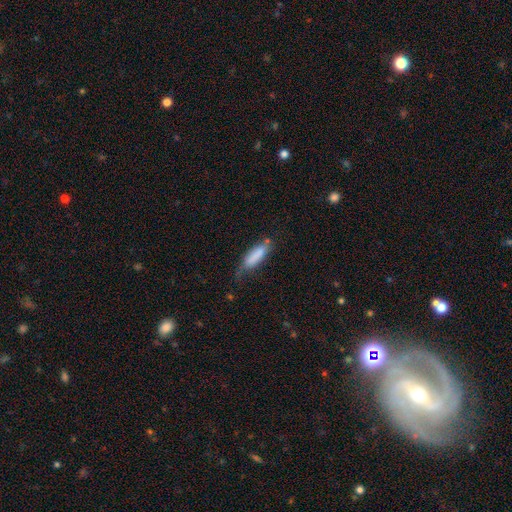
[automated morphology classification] smooth-or-featured: smooth: 79% | featured or disk: 14% | star or artifact: 7%
  how-rounded: cigar-shaped: 57% | in between: 41% | round: 2%
  merging: none: 48% | minor disturbance: 34% | major disturbance: 13% | merger: 5%